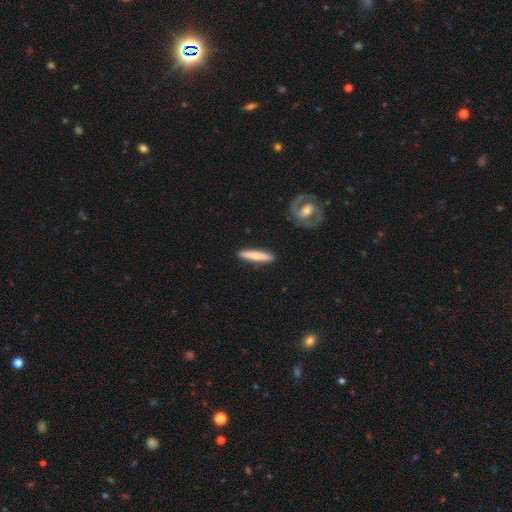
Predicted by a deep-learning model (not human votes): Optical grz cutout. It shows a smooth galaxy with no disk features (70%) that is cigar-shaped (90%). Merging: none (90%).